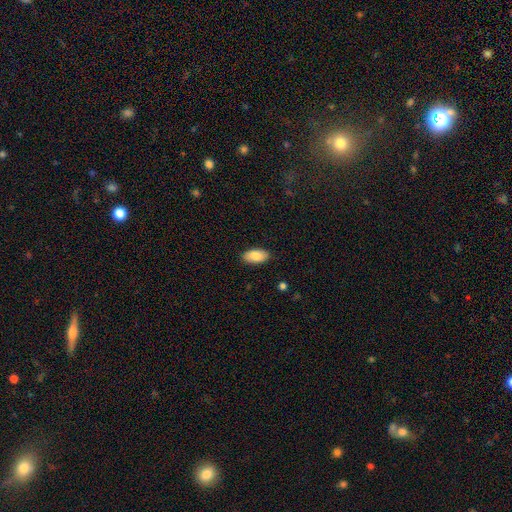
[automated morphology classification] smooth_or_featured: smooth (p=0.85) [alt: featured or disk p=0.08]
how_rounded: in between (p=0.94) [alt: cigar-shaped p=0.03]
merging: none (p=0.88) [alt: minor disturbance p=0.09]